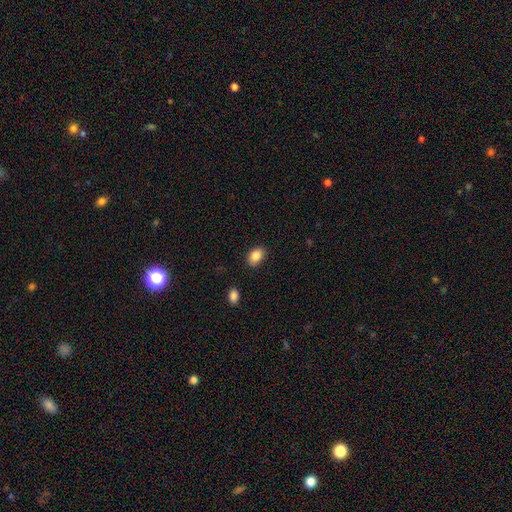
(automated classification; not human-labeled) Q: Smooth or featured?
A: smooth (87%); runner-up: star or artifact (8%)
Q: How rounded?
A: in between (80%); runner-up: round (19%)
Q: Merging?
A: none (83%); runner-up: minor disturbance (13%)